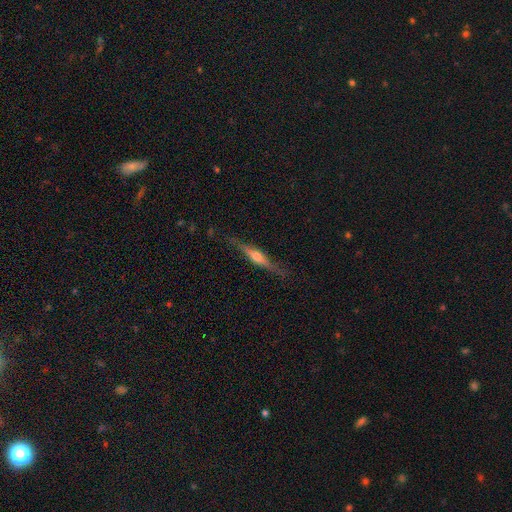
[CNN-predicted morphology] This appears to be a featured or disk galaxy (69%) viewed edge-on (96%) with a rounded central bulge (85%). Merging: none (82%).